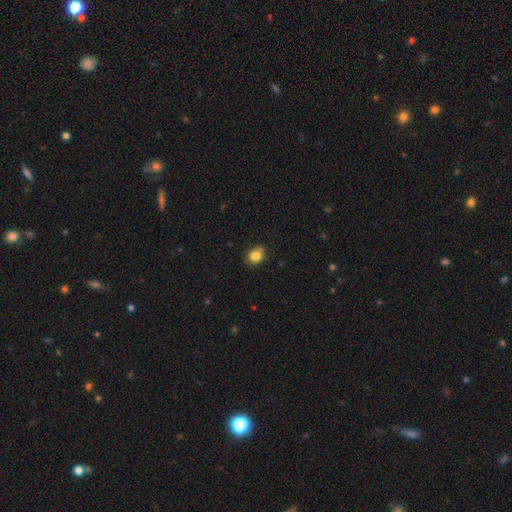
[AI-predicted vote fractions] A smooth galaxy with no disk features (85%) that is round (52%). Merging: none (85%).